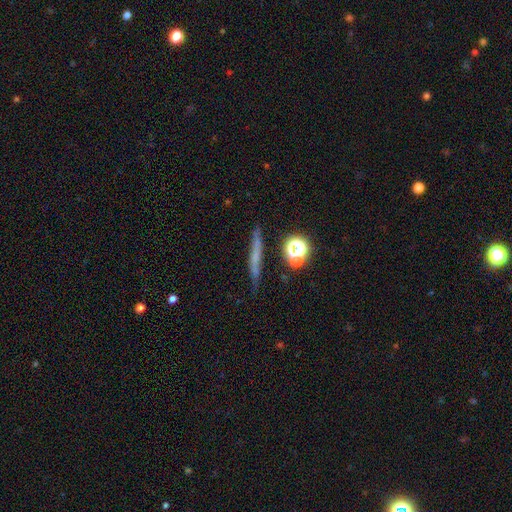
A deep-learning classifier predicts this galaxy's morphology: Smooth or featured? smooth (42%)
Merging? none (79%)